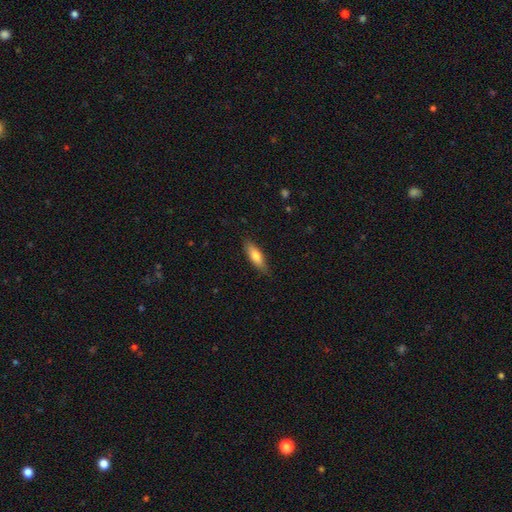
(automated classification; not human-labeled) A smooth galaxy with no disk features (74%) that is in between round and cigar-shaped (53%). Merging: none (82%).